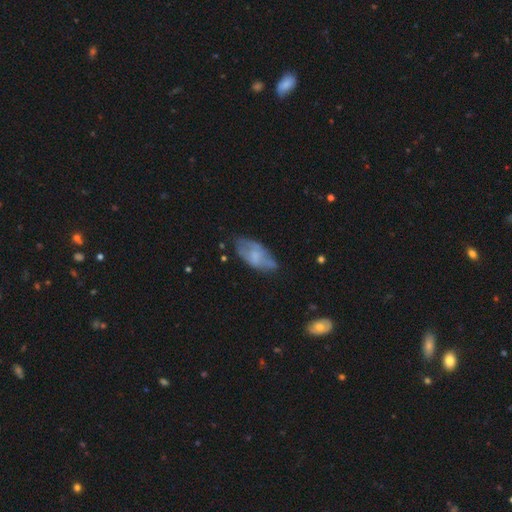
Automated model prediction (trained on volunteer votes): Smooth or featured? smooth (50%)
How rounded? in between (89%)
Merging? none (56%)